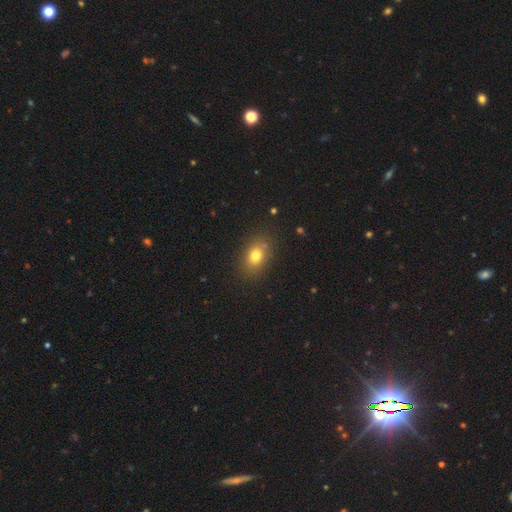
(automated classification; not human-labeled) Morphology: type=smooth (77%); roundness=in between (70%); merging=none (84%).